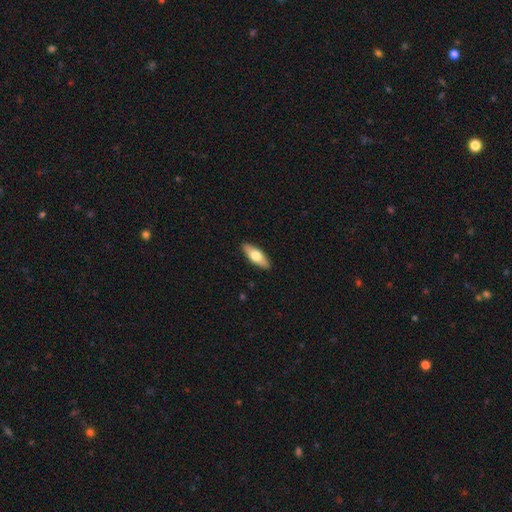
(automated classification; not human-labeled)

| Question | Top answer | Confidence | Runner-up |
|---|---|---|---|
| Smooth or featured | smooth | 63% | featured or disk (32%) |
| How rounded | in between | 65% | cigar-shaped (33%) |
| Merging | none | 90% | minor disturbance (7%) |